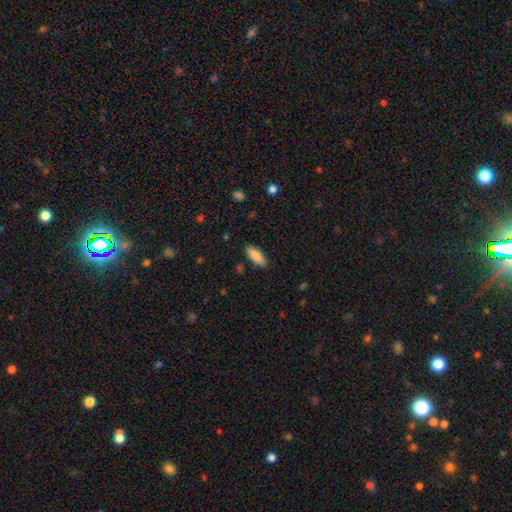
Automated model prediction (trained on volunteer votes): Q: Smooth or featured?
A: smooth (89%); runner-up: star or artifact (6%)
Q: How rounded?
A: in between (79%); runner-up: cigar-shaped (19%)
Q: Merging?
A: none (87%); runner-up: minor disturbance (9%)